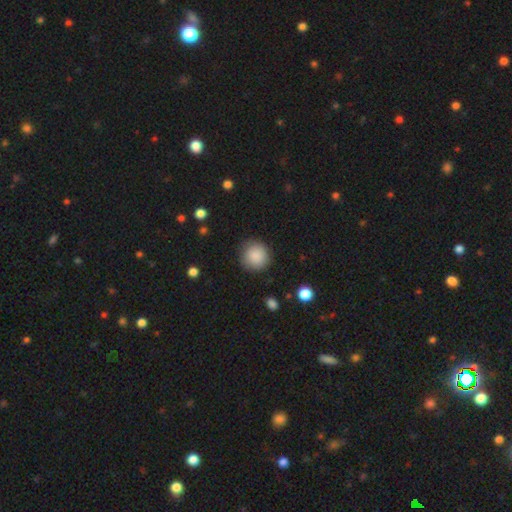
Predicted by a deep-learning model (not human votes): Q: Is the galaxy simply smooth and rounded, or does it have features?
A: smooth — 88%.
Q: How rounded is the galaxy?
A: round — 93%.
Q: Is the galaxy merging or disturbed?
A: none — 87%.